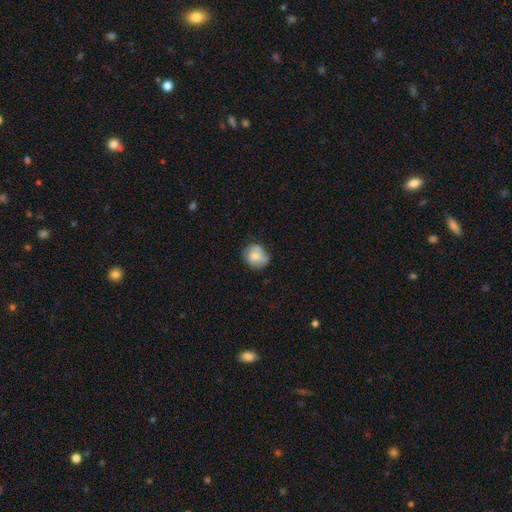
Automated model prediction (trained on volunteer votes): This is likely a smooth galaxy (66%). How rounded: likely round (75%). Merging: possibly none (60%).